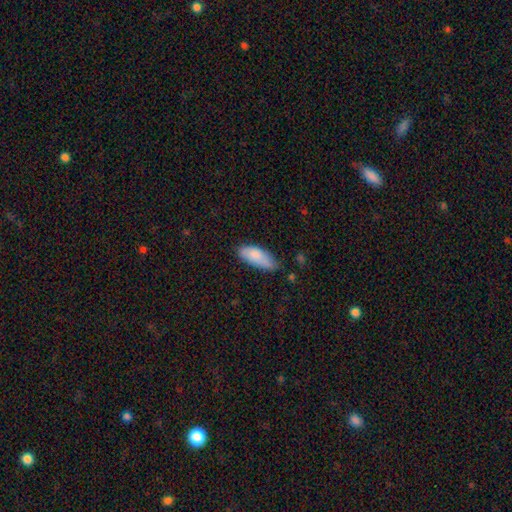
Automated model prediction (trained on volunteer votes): Smooth or featured?
  - smooth: 84% *
  - featured or disk: 10%
  - star or artifact: 6%
How rounded?
  - in between: 79% *
  - cigar-shaped: 19%
  - round: 2%
Merging?
  - none: 60% *
  - minor disturbance: 32%
  - major disturbance: 5%
  - merger: 2%